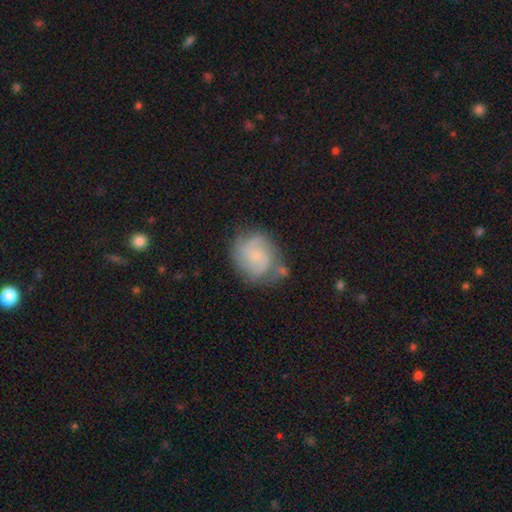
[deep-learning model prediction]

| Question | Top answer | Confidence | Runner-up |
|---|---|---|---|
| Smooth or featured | featured or disk | 68% | smooth (25%) |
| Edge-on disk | no | 98% | yes (2%) |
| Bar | no | 73% | weak (23%) |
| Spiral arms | yes | 91% | no (9%) |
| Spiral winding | medium | 42% | tied: tight (42%) |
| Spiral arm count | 2 | 31% | 3 (29%) |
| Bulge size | small | 78% | moderate (13%) |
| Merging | none | 62% | minor disturbance (22%) |